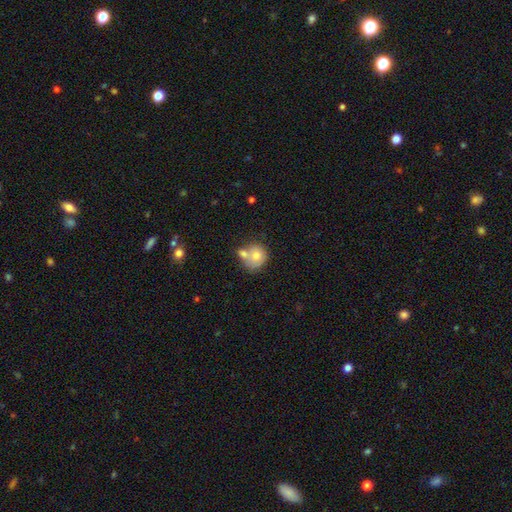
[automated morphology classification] A smooth galaxy with no disk features (70%) that is round (80%). Merging: merger (50%).